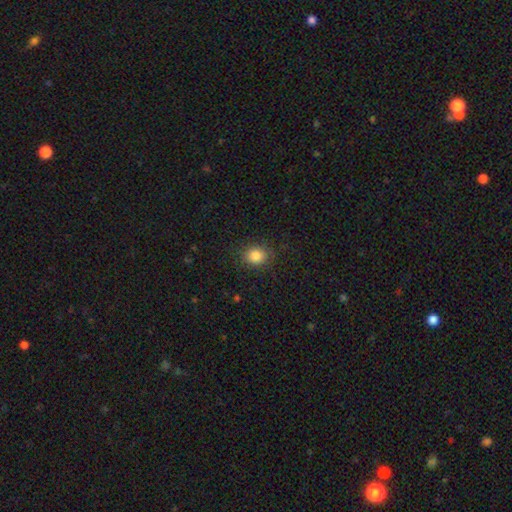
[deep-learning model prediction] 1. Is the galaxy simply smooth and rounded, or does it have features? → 84% smooth, 10% star or artifact, 6% featured or disk.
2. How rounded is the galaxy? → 59% round, 40% in between, 1% cigar-shaped.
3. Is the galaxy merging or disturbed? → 84% none, 11% minor disturbance, 4% major disturbance, 1% merger.